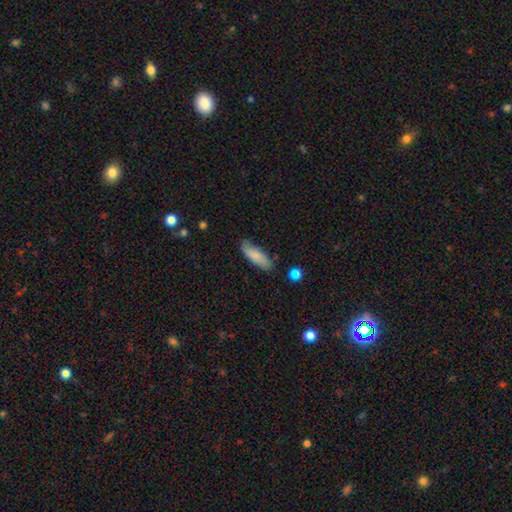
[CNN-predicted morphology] type=smooth (79%); roundness=in between (59%); merging=none (73%).